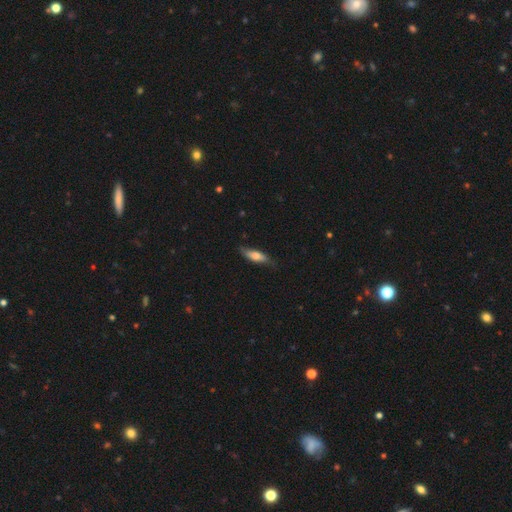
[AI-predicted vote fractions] Smooth or featured? smooth (60%)
How rounded? in between (50%)
Merging? none (71%)